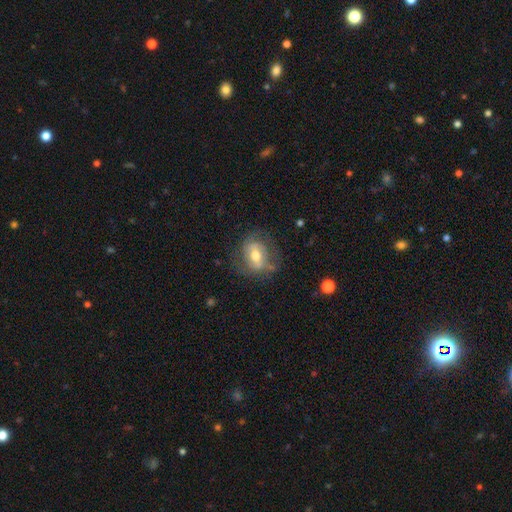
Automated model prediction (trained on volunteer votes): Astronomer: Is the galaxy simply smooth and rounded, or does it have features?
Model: featured or disk — 57% (runner-up: smooth, 35%).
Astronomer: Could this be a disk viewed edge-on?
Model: no — 94%.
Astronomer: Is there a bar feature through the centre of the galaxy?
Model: weak — 41% (runner-up: no, 32%).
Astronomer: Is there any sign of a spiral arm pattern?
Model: yes — 59% (runner-up: no, 41%).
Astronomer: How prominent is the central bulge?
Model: moderate — 71%.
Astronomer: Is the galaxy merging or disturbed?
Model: none — 60%.